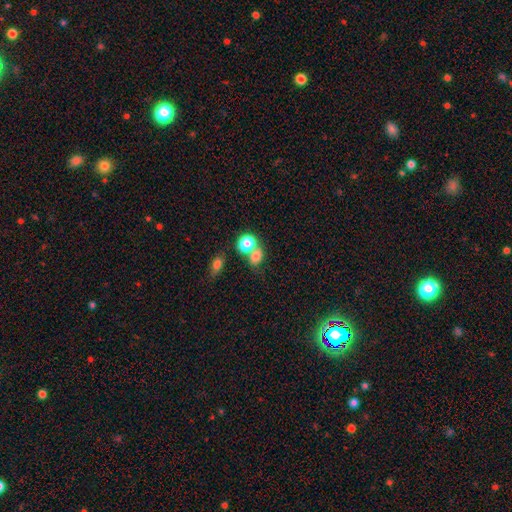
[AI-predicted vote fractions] A smooth galaxy with no disk features (76%) that is round (53%).

Vote fractions:
- Smooth or featured? smooth: 76% / star or artifact: 14% / featured or disk: 11%
- How rounded? round: 53% / in between: 46% / cigar-shaped: 2%
- Merging? merger: 46% / none: 39% / minor disturbance: 10% / major disturbance: 5%